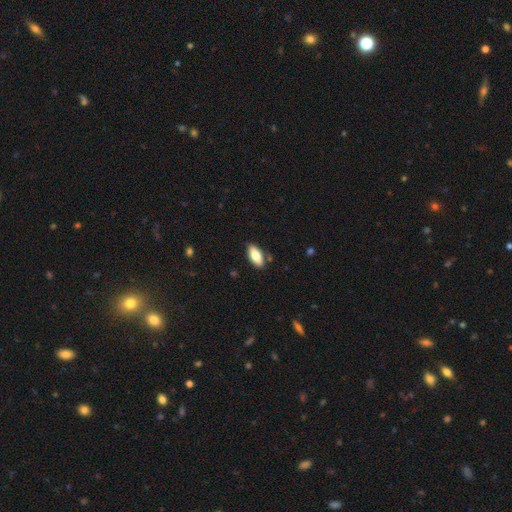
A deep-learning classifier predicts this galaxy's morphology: Overall: smooth (80%). How rounded: in between (86%). Merging: none (83%).